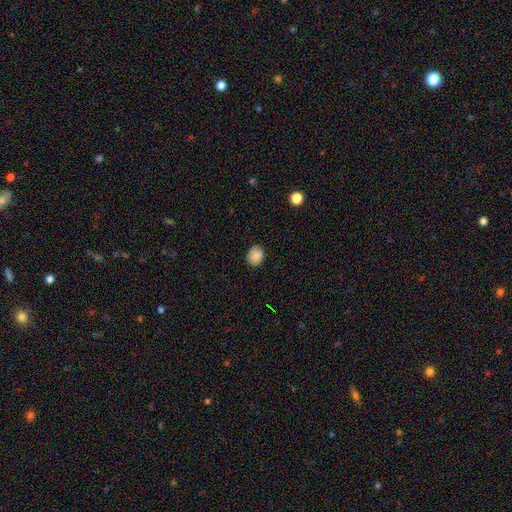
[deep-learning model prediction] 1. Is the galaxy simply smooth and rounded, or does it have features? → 87% smooth, 9% star or artifact, 3% featured or disk.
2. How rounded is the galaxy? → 67% round, 32% in between, 1% cigar-shaped.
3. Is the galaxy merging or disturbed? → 87% none, 10% minor disturbance, 2% major disturbance, 1% merger.